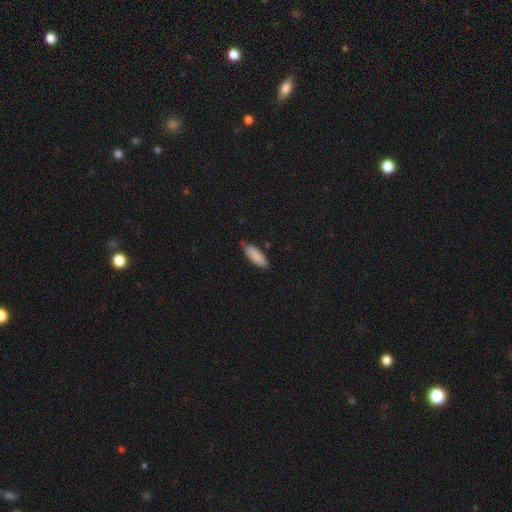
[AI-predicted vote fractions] The model was most divided on "how rounded": in between: 67%, cigar-shaped: 31%, round: 1%. More confident: smooth or featured — smooth (88%); merging — none (78%).